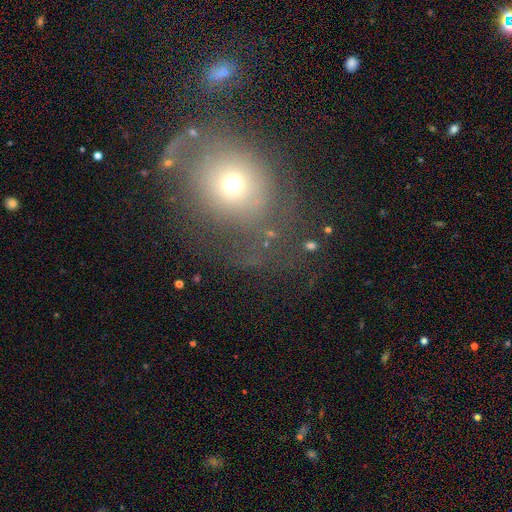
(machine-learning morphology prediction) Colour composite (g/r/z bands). It shows a smooth galaxy with no disk features (55%) that is round (72%). Merging: none (50%).